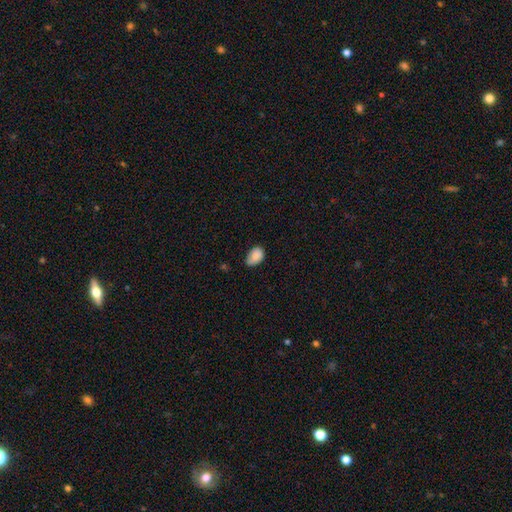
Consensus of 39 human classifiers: This appears to be a smooth galaxy with no disk features (90%) that is in between round and cigar-shaped (89%). Merging: minor disturbance (46%).